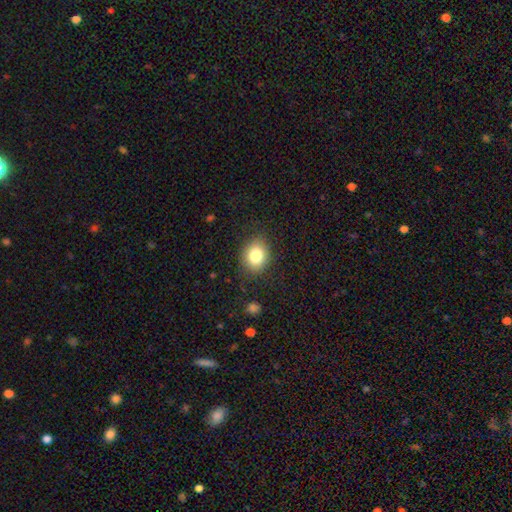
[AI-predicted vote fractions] smooth_or_featured: smooth (p=0.81) [alt: star or artifact p=0.10]
how_rounded: round (p=0.56) [alt: in between p=0.43]
merging: none (p=0.84) [alt: minor disturbance p=0.11]